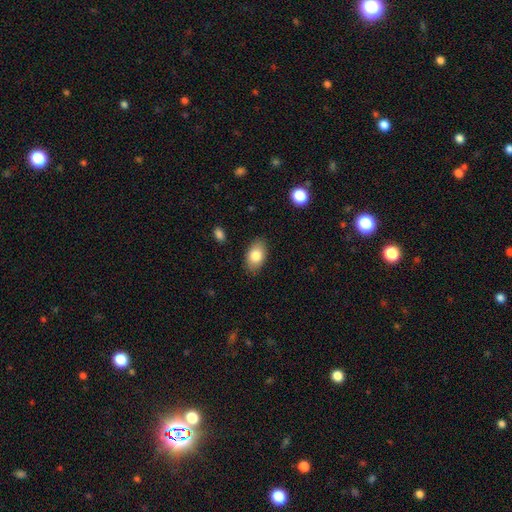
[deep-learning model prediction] A smooth galaxy with no disk features (83%) that is in between round and cigar-shaped (91%). Merging: none (85%).